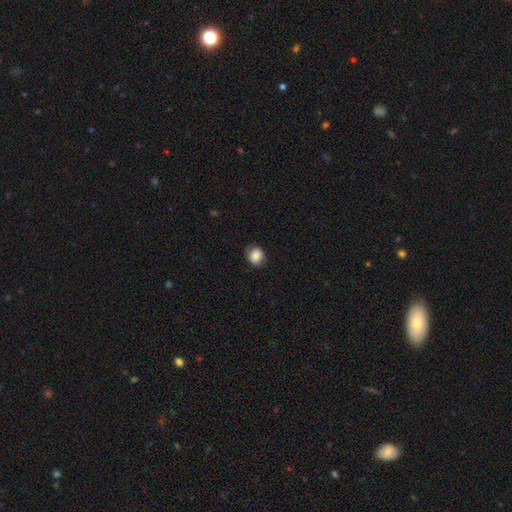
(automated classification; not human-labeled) Smooth or featured? smooth (82%)
How rounded? round (61%)
Merging? none (73%)